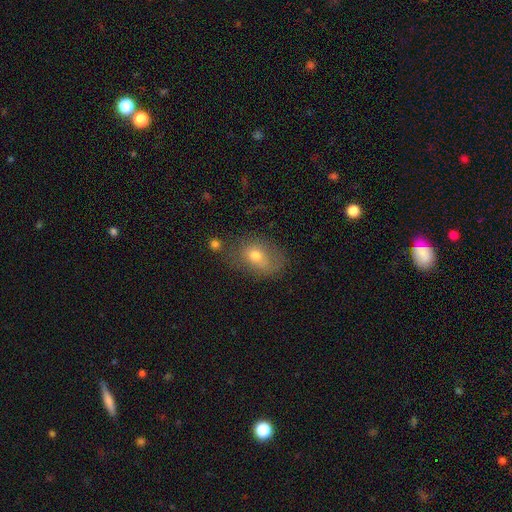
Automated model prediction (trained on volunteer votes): Morphology: type=smooth (68%); roundness=in between (75%); merging=none (55%).